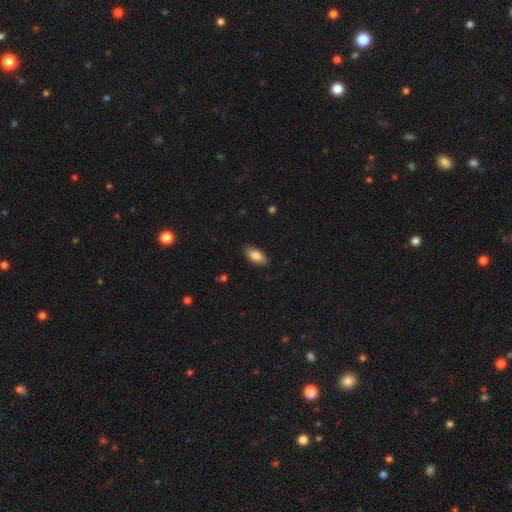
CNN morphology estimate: This appears to be a smooth galaxy with no disk features (82%) that is in between round and cigar-shaped (89%). Merging: none (87%).